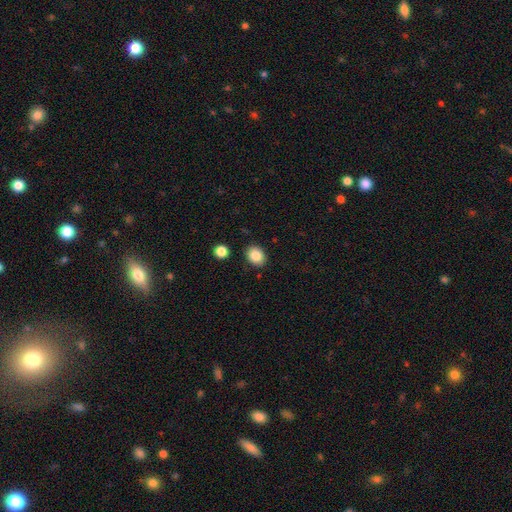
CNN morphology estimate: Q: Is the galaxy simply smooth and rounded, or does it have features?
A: smooth — 86%.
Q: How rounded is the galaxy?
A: in between — 52%.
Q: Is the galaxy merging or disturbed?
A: none — 87%.